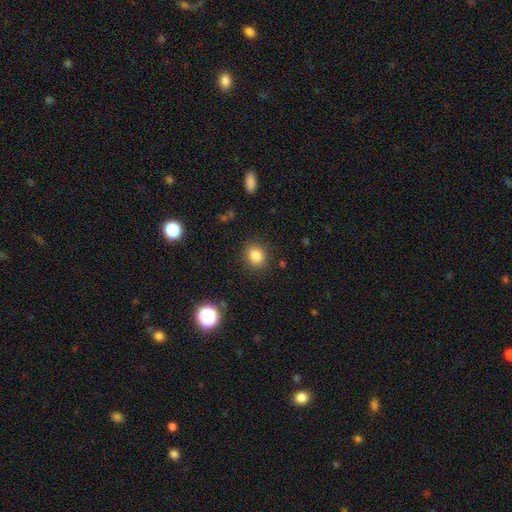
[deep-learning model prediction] Smooth or featured? Predicted: smooth (p=0.83). How rounded? Predicted: round (p=0.70). Merging? Predicted: none (p=0.87).